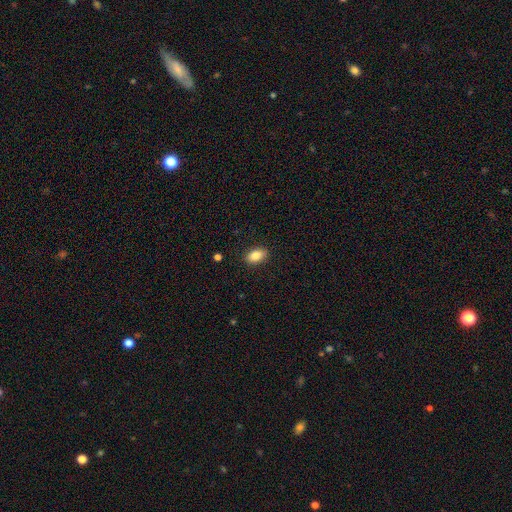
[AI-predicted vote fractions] Smooth or featured? smooth (86%)
How rounded? in between (89%)
Merging? none (88%)